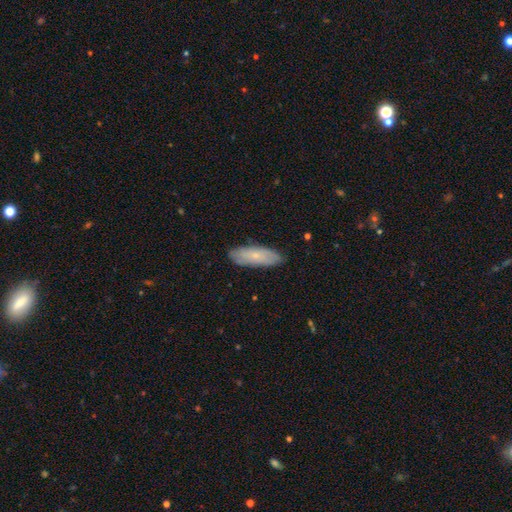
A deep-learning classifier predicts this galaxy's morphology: Smooth or featured? smooth (60%)
How rounded? in between (57%)
Merging? none (84%)